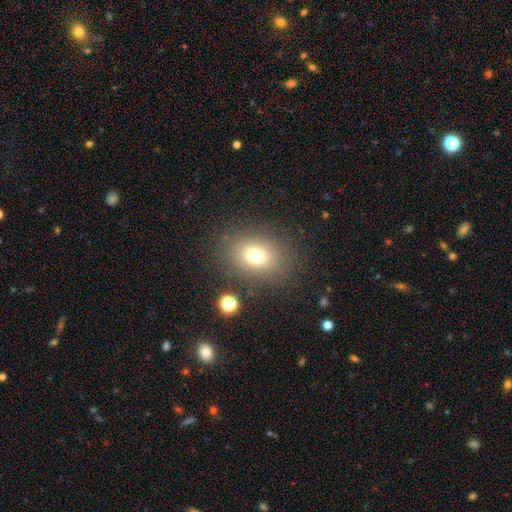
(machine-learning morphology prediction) smooth-or-featured: smooth: 75% | star or artifact: 14% | featured or disk: 12%
  how-rounded: in between: 65% | round: 34% | cigar-shaped: 1%
  merging: none: 83% | minor disturbance: 10% | major disturbance: 5% | merger: 2%